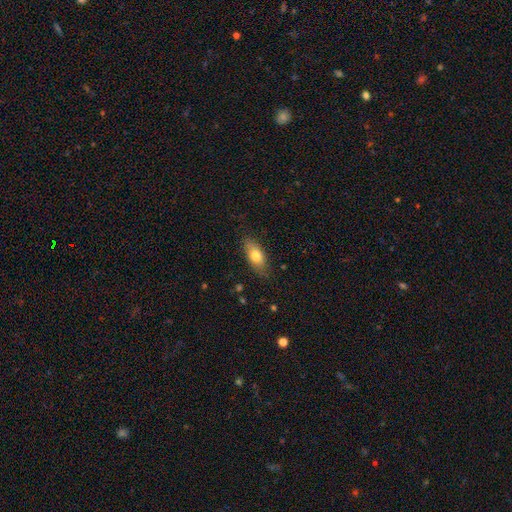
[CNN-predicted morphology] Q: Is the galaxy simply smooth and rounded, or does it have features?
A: smooth — 74%.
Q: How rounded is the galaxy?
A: in between — 85%.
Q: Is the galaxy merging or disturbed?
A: none — 78%.